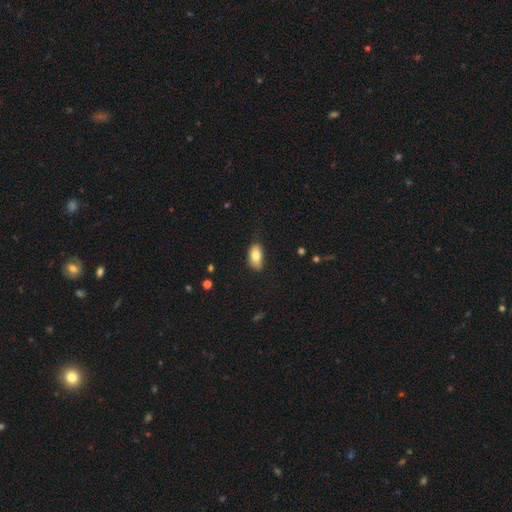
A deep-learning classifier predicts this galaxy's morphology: Smooth or featured? smooth (81%)
How rounded? in between (92%)
Merging? none (71%)